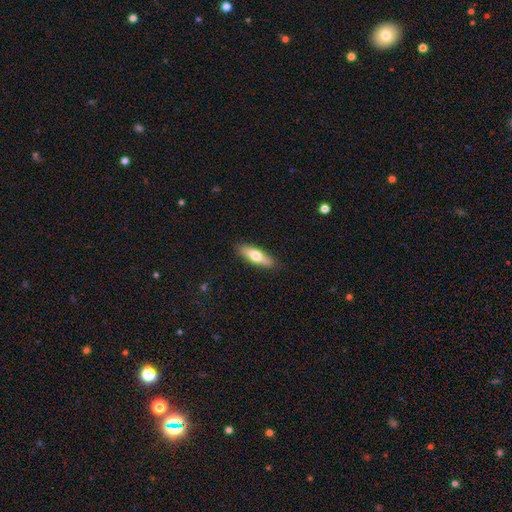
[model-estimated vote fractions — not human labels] Smooth or featured: smooth — 64% (featured or disk — 30%)
How rounded: cigar-shaped — 51% (in between — 46%)
Merging: none — 88% (minor disturbance — 9%)